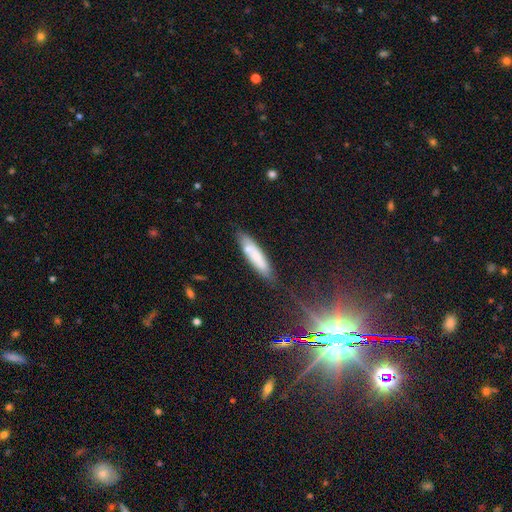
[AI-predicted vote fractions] A smooth galaxy with no disk features (48%).

Vote fractions:
- Smooth or featured? smooth: 48% / star or artifact: 29% / featured or disk: 23%
- Merging? none: 81% / minor disturbance: 13% / major disturbance: 3% / merger: 2%